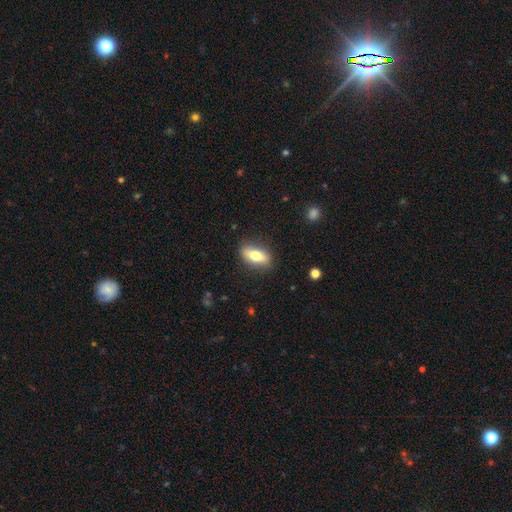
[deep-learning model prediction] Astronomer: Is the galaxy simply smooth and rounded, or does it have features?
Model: smooth — 69%.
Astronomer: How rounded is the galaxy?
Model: in between — 78%.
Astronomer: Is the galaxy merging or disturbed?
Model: none — 84%.